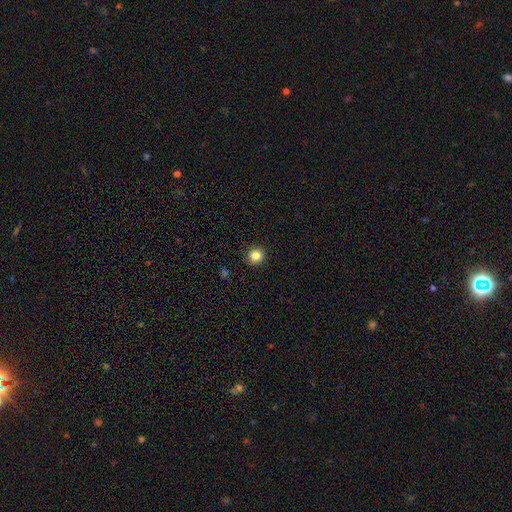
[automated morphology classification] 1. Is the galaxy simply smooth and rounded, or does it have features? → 84% smooth, 11% star or artifact, 4% featured or disk.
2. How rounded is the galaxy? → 95% round, 4% in between, 1% cigar-shaped.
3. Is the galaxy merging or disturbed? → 92% none, 5% minor disturbance, 2% major disturbance, 1% merger.